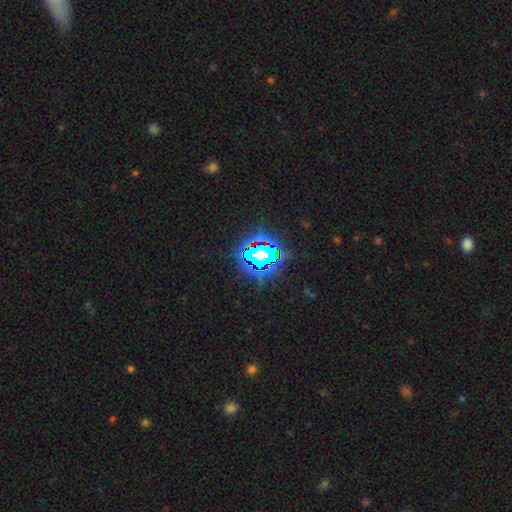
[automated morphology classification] Overall: star or artifact (64%).